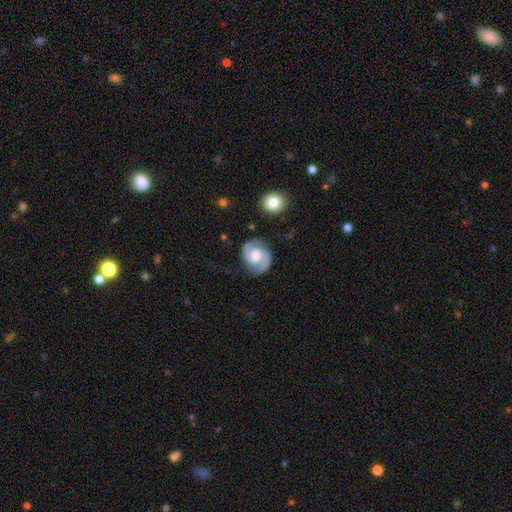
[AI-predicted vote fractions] Overall: featured or disk (87%). Edge-on disk: no (98%). Bar: weak (47%; no 38%). Spiral arms: yes (97%). Spiral arm count: 2 (93%). Spiral winding: medium (55%; tight 33%). Bulge size: moderate (68%). Merging: none (81%).